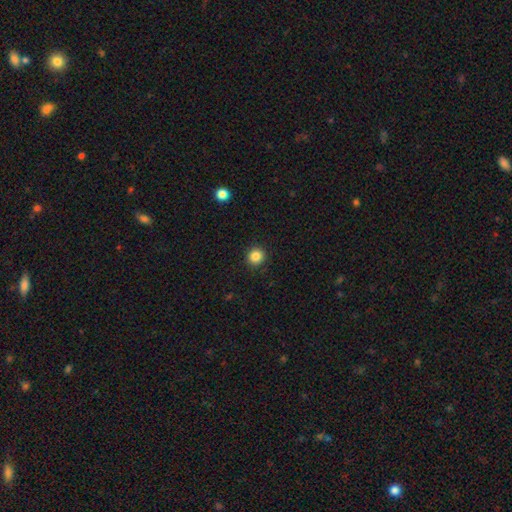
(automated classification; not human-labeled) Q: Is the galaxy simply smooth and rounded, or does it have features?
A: smooth — 85%.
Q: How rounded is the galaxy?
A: round — 93%.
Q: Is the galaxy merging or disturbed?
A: none — 92%.